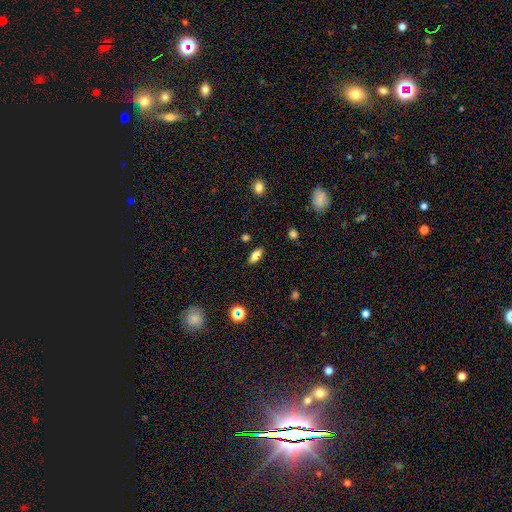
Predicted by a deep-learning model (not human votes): Smooth or featured?
  - smooth: 69% *
  - featured or disk: 21%
  - star or artifact: 10%
How rounded?
  - in between: 77% *
  - cigar-shaped: 18%
  - round: 4%
Merging?
  - none: 86% *
  - minor disturbance: 10%
  - major disturbance: 2%
  - merger: 2%